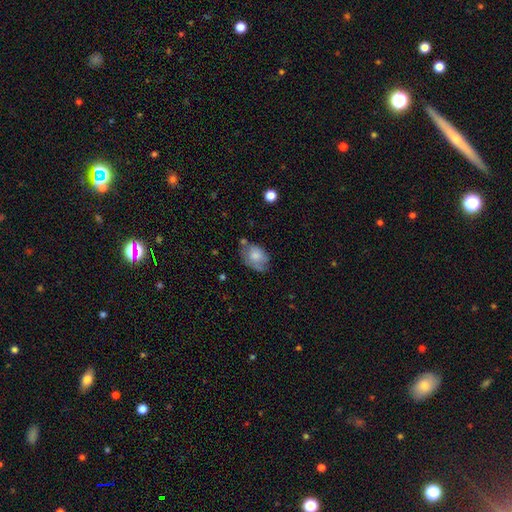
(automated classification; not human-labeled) This appears to be a smooth galaxy with no disk features (67%) that is in between round and cigar-shaped (81%). Merging: none (49%).